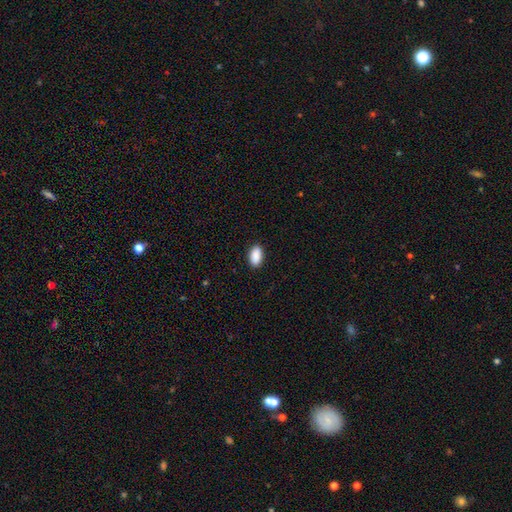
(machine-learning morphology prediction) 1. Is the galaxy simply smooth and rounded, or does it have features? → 91% smooth, 7% star or artifact, 3% featured or disk.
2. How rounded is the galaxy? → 93% in between, 4% round, 3% cigar-shaped.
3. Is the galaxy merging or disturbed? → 90% none, 8% minor disturbance, 2% major disturbance, 1% merger.